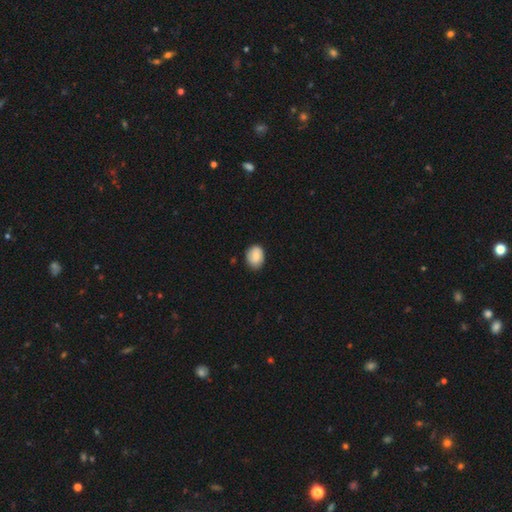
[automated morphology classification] smooth_or_featured: smooth (p=0.82) [alt: featured or disk p=0.11]
how_rounded: in between (p=0.52) [alt: round p=0.47]
merging: none (p=0.82) [alt: minor disturbance p=0.15]